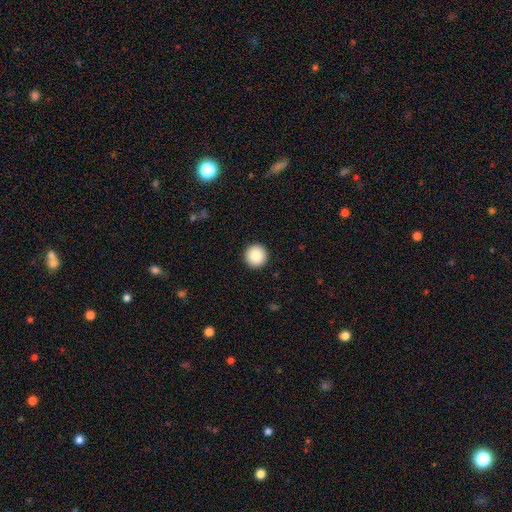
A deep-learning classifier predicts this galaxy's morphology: smooth_or_featured: smooth (p=0.87) [alt: star or artifact p=0.08]
how_rounded: round (p=0.96) [alt: in between p=0.03]
merging: none (p=0.93) [alt: minor disturbance p=0.04]